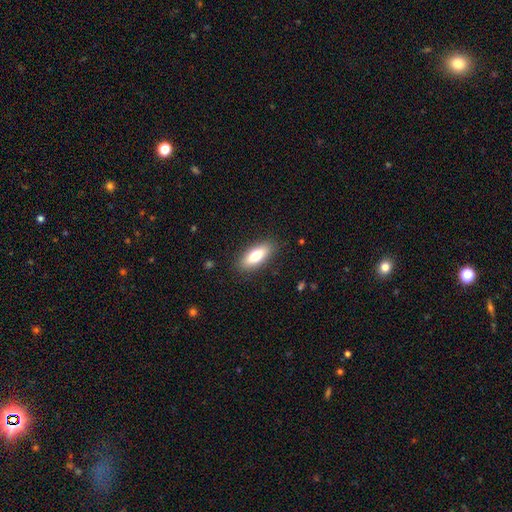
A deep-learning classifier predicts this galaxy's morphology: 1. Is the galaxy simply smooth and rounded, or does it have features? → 75% smooth, 18% featured or disk, 7% star or artifact.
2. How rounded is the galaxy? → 74% in between, 23% cigar-shaped, 3% round.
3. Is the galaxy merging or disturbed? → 87% none, 10% minor disturbance, 3% major disturbance, 1% merger.